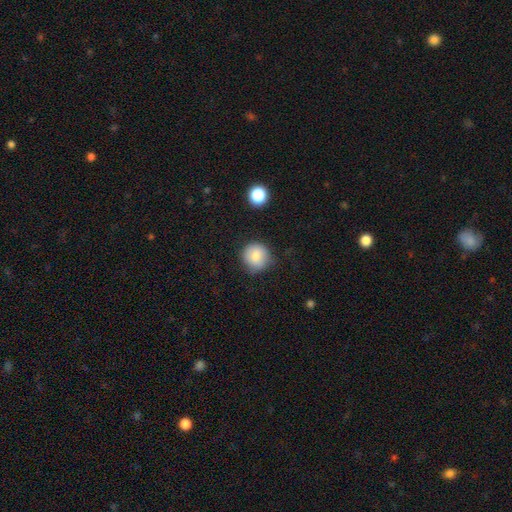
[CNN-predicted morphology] This appears to be a smooth galaxy with no disk features (84%) that is round (93%). Merging: none (79%).